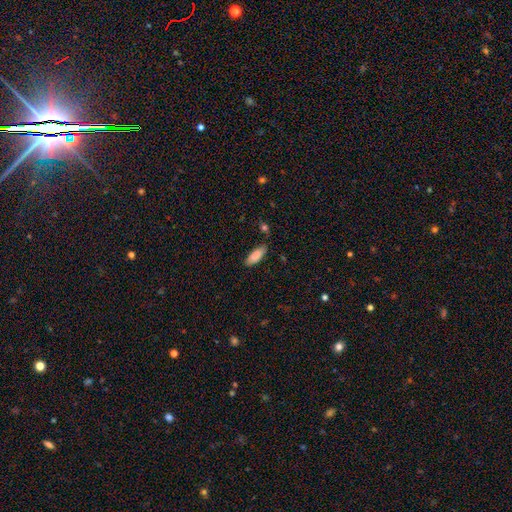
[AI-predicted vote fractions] A smooth galaxy with no disk features (87%) that is in between round and cigar-shaped (67%). Merging: none (80%).